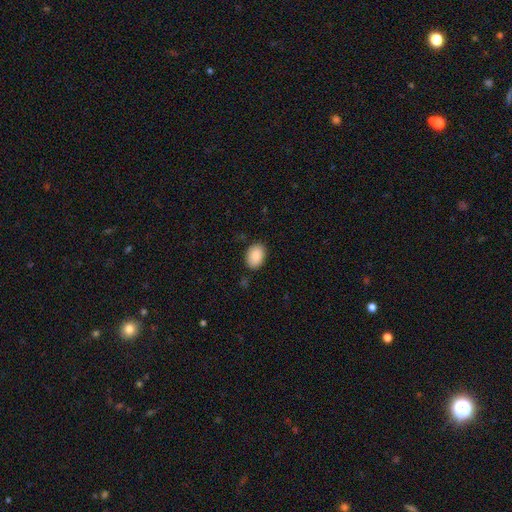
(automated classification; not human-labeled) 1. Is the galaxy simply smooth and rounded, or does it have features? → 89% smooth, 7% star or artifact, 4% featured or disk.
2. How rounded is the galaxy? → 82% in between, 17% round, 1% cigar-shaped.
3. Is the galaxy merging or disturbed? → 84% none, 12% minor disturbance, 3% major disturbance, 2% merger.